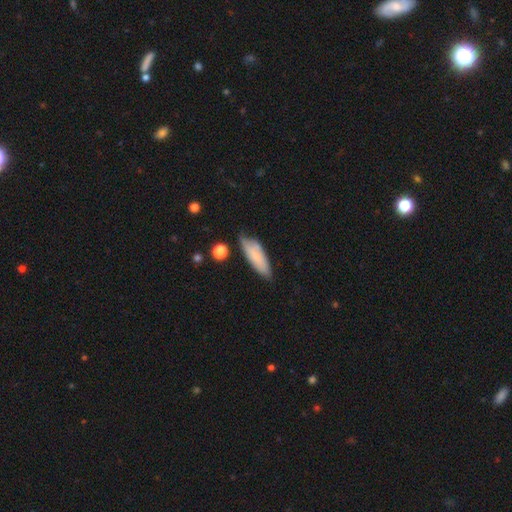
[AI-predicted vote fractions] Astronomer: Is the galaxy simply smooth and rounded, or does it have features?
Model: smooth — 75%.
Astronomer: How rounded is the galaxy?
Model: in between — 57% (runner-up: cigar-shaped, 41%).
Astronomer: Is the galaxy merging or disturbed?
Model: none — 65%.